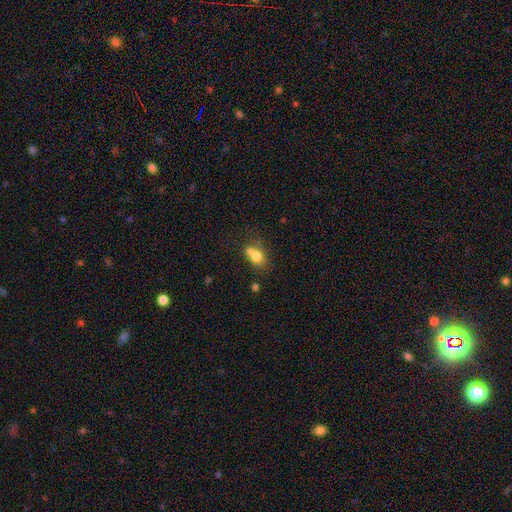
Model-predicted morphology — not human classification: smooth 75%, featured or disk 14%, star or artifact 11%. Down the decision tree: how rounded — round (53%); merging — merger (47%).